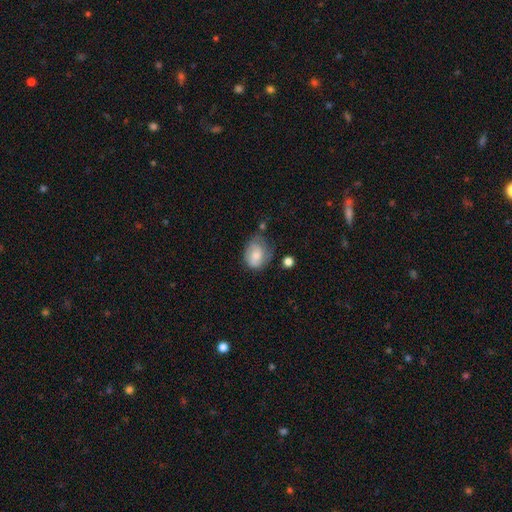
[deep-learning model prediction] The model was most divided on "merging": none: 44%, minor disturbance: 35%, major disturbance: 16%, merger: 6%. More confident: smooth or featured — smooth (64%); how rounded — in between (62%).